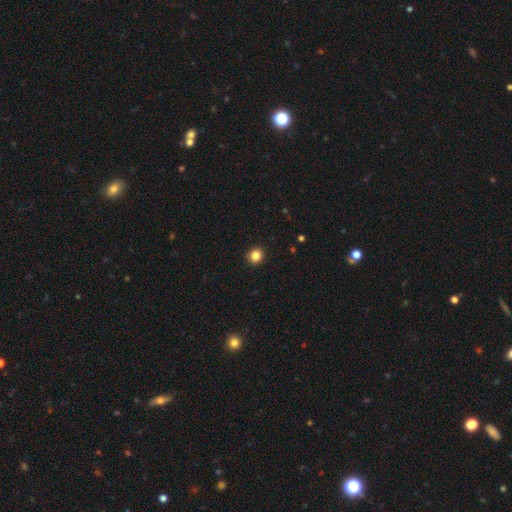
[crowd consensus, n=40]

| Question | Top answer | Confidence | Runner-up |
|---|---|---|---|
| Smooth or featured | smooth | 88% | star or artifact (8%) |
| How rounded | round | 89% | in between (11%) |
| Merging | none | 97% | merger (3%) |